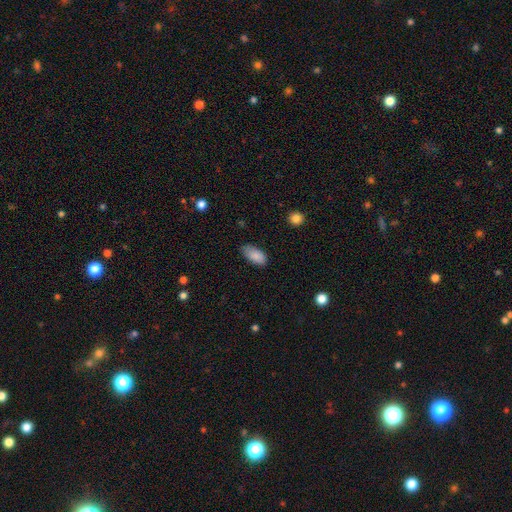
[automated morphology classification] smooth-or-featured: smooth: 87% | star or artifact: 7% | featured or disk: 6%
  how-rounded: in between: 92% | cigar-shaped: 6% | round: 2%
  merging: none: 71% | minor disturbance: 23% | major disturbance: 4% | merger: 1%